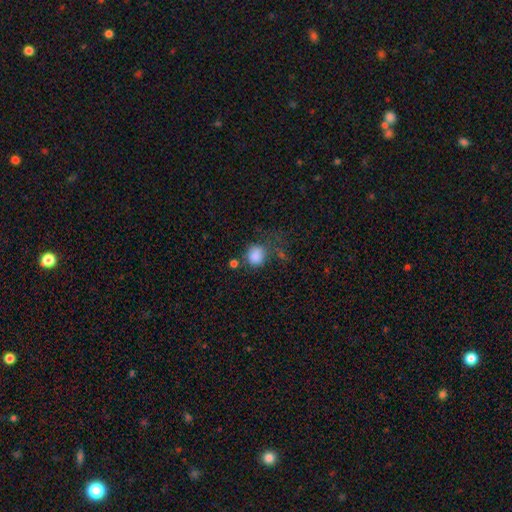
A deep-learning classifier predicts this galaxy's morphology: The model was most divided on "merging": none: 54%, minor disturbance: 21%, major disturbance: 14%, merger: 10%. More confident: smooth or featured — smooth (85%); how rounded — round (76%).